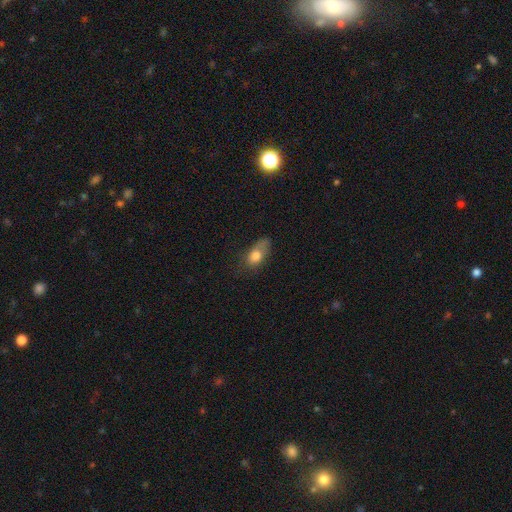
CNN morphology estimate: A smooth galaxy with no disk features (76%) that is in between round and cigar-shaped (79%).

Vote fractions:
- Smooth or featured? smooth: 76% / featured or disk: 15% / star or artifact: 9%
- How rounded? in between: 79% / round: 13% / cigar-shaped: 8%
- Merging? none: 38% / minor disturbance: 36% / major disturbance: 23% / merger: 3%